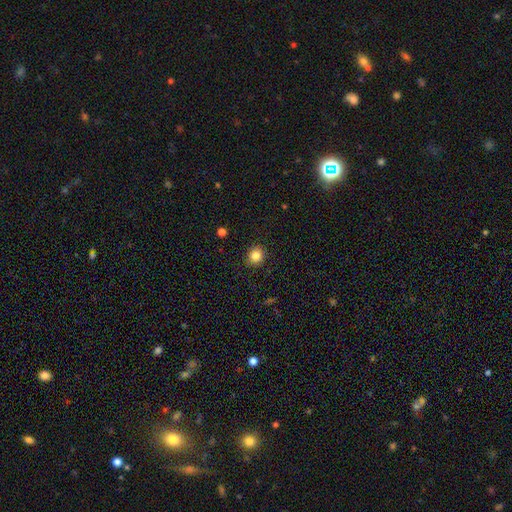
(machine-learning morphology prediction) Smooth or featured?
  - smooth: 84% *
  - star or artifact: 11%
  - featured or disk: 5%
How rounded?
  - round: 80% *
  - in between: 19%
  - cigar-shaped: 1%
Merging?
  - none: 89% *
  - minor disturbance: 8%
  - major disturbance: 2%
  - merger: 1%